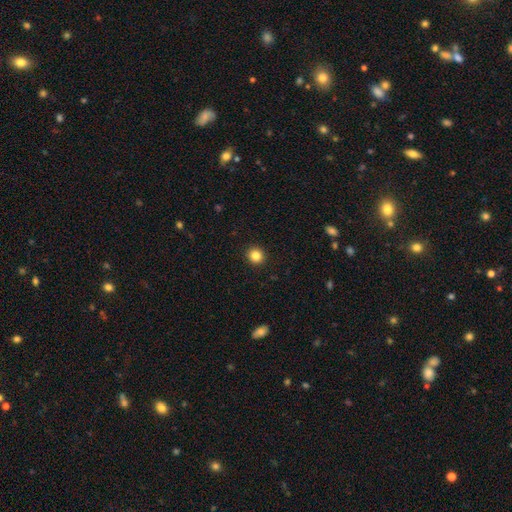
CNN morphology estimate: A smooth galaxy with no disk features (85%) that is round (90%). Merging: none (93%).